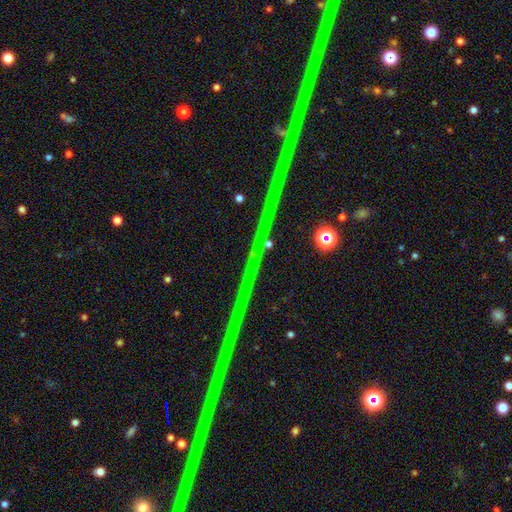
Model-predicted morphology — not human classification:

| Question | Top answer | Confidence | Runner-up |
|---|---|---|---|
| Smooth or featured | star or artifact | 88% | featured or disk (7%) |